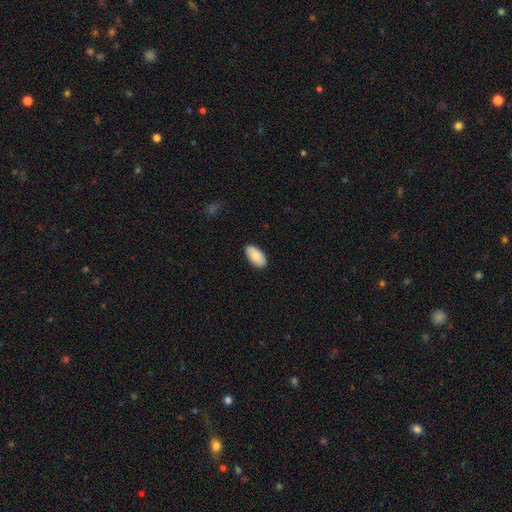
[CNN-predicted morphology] A smooth galaxy with no disk features (82%) that is in between round and cigar-shaped (95%). Merging: none (86%).